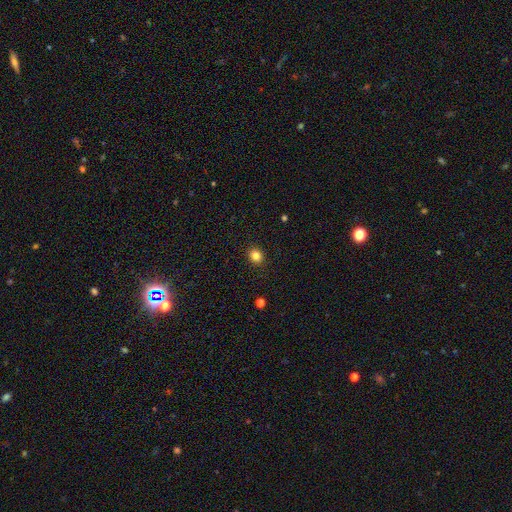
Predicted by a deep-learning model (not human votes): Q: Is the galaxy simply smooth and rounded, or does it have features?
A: smooth — 83%.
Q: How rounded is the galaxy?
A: round — 64%.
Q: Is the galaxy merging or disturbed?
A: none — 91%.